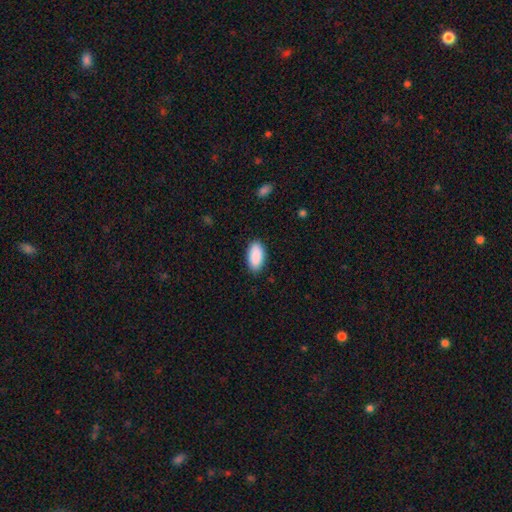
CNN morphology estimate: type=smooth (91%); roundness=in between (94%); merging=none (87%).